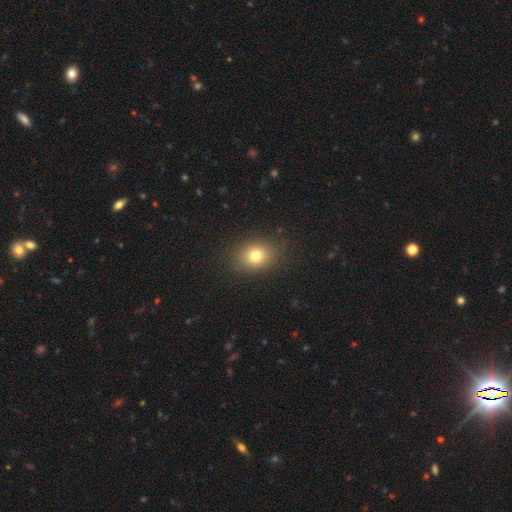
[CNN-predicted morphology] smooth 76%, star or artifact 14%, featured or disk 10%. Down the decision tree: how rounded — round (56%); merging — none (85%).